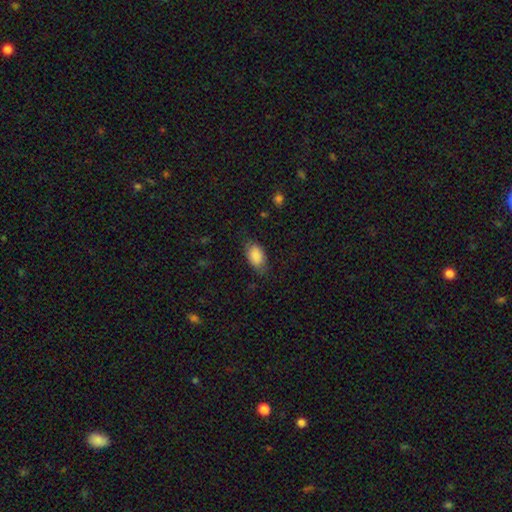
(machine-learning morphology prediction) smooth 86%, featured or disk 7%, star or artifact 7%. Down the decision tree: how rounded — in between (90%); merging — none (71%).